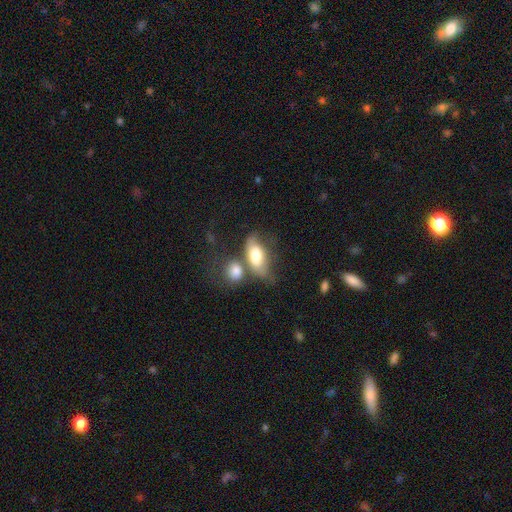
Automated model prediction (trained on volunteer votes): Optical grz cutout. It shows a smooth galaxy with no disk features (71%) that is in between round and cigar-shaped (86%). Merging: merger (43%).